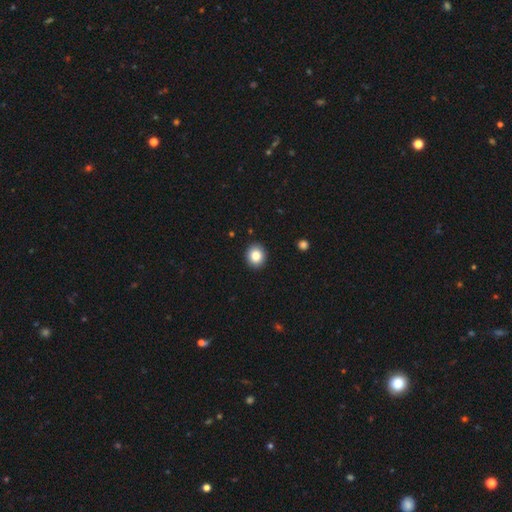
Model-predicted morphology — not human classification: Smooth or featured?
  - smooth: 84% *
  - star or artifact: 10%
  - featured or disk: 6%
How rounded?
  - round: 75% *
  - in between: 25%
  - cigar-shaped: 1%
Merging?
  - none: 91% *
  - minor disturbance: 6%
  - major disturbance: 2%
  - merger: 1%